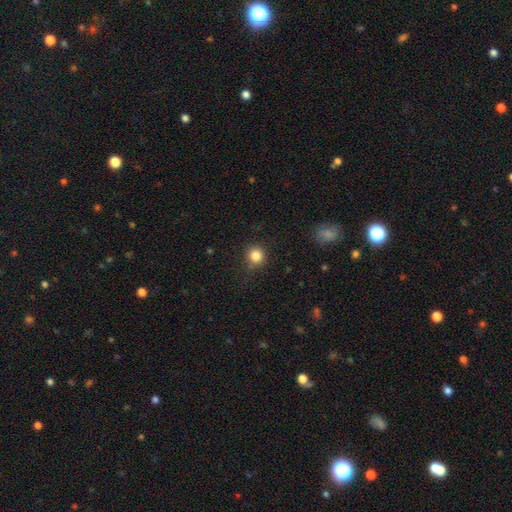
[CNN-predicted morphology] A smooth galaxy with no disk features (84%) that is round (90%). Merging: none (84%).